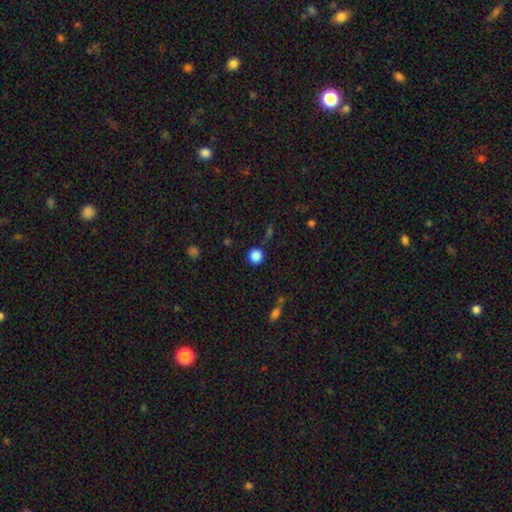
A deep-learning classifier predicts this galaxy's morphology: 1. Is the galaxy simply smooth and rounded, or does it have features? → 86% smooth, 11% star or artifact, 4% featured or disk.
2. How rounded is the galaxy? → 94% round, 5% in between, 1% cigar-shaped.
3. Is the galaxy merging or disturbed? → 83% none, 10% minor disturbance, 4% major disturbance, 3% merger.